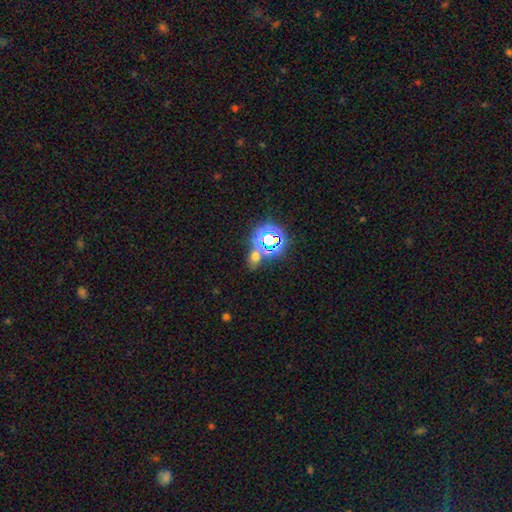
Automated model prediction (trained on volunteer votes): The model was most divided on "smooth or featured": star or artifact: 47%, smooth: 44%, featured or disk: 8%.